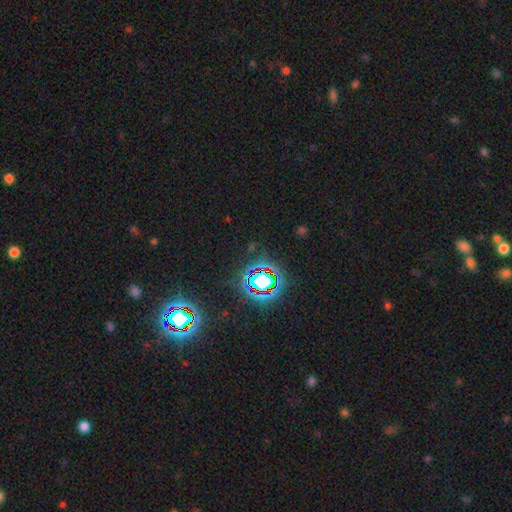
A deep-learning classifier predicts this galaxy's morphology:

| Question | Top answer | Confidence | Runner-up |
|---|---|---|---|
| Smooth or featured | star or artifact | 83% | smooth (10%) |